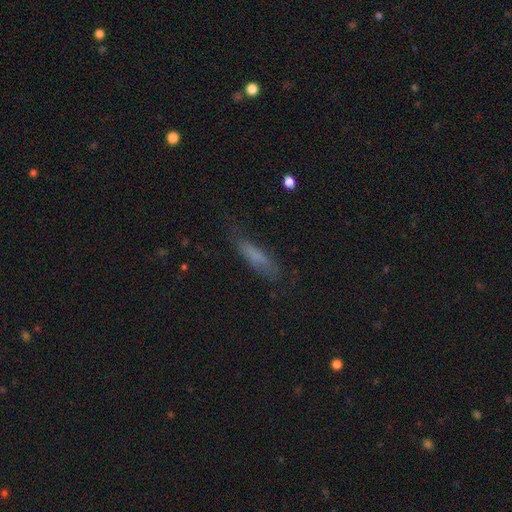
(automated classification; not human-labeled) smooth 64%, featured or disk 25%, star or artifact 11%. Down the decision tree: how rounded — cigar-shaped (71%); merging — none (63%).